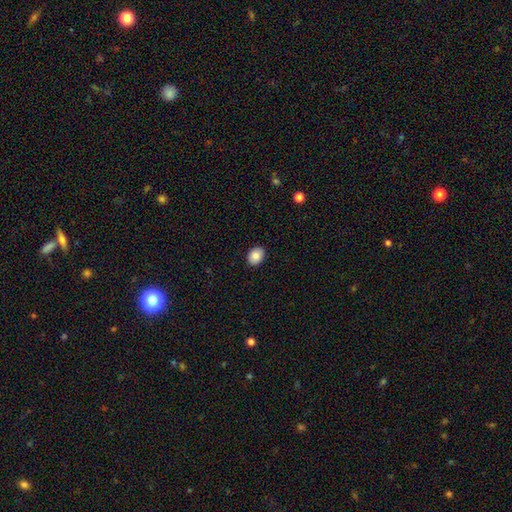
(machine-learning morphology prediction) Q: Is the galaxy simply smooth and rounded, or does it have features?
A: smooth — 83%.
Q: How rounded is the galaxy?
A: in between — 62%.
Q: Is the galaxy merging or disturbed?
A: none — 90%.